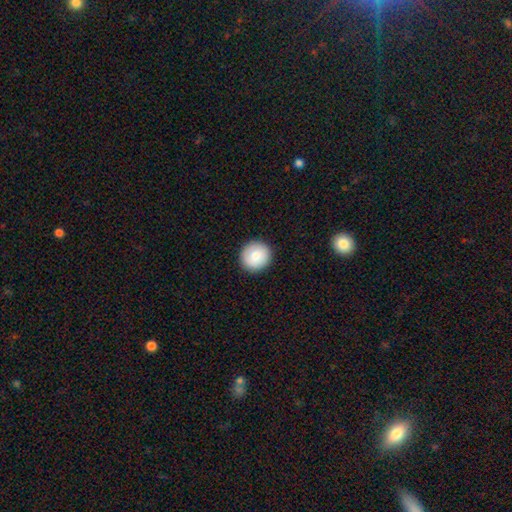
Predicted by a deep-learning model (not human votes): smooth-or-featured: smooth: 82% | featured or disk: 11% | star or artifact: 8%
  how-rounded: round: 93% | in between: 6% | cigar-shaped: 1%
  merging: none: 91% | minor disturbance: 6% | major disturbance: 2% | merger: 1%